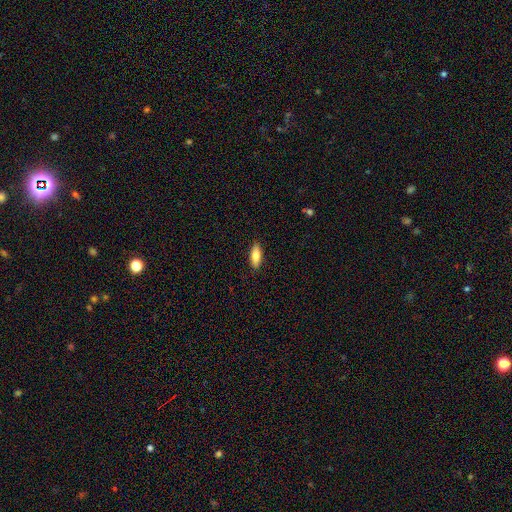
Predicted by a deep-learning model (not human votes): smooth_or_featured: smooth (p=0.74) [alt: featured or disk p=0.20]
how_rounded: in between (p=0.66) [alt: cigar-shaped p=0.31]
merging: none (p=0.89) [alt: minor disturbance p=0.08]